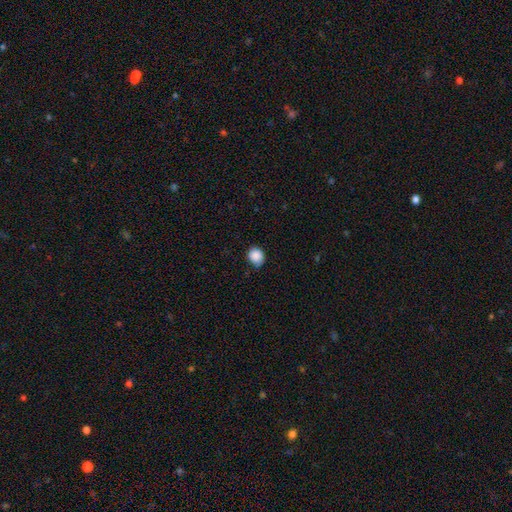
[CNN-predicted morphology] Q: Smooth or featured?
A: smooth (88%); runner-up: star or artifact (9%)
Q: How rounded?
A: round (80%); runner-up: in between (19%)
Q: Merging?
A: none (72%); runner-up: minor disturbance (23%)